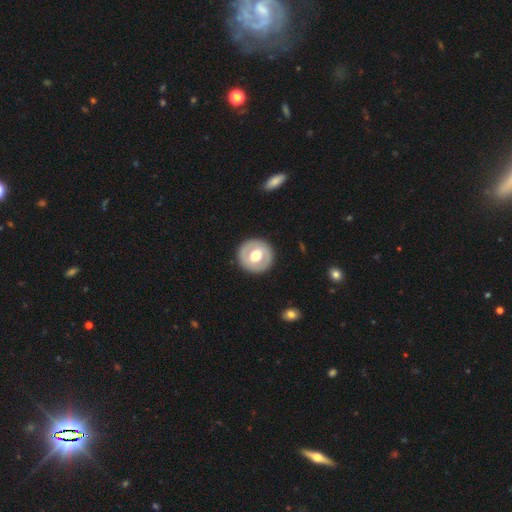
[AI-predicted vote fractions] A featured or disk galaxy (49%). Merging: none (90%).